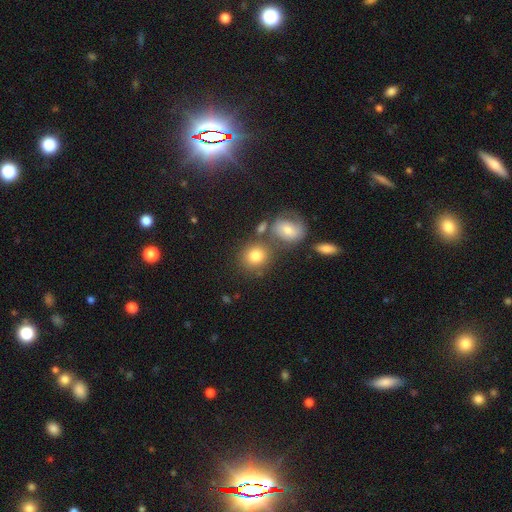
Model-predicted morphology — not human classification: A smooth galaxy with no disk features (78%) that is round (75%).

Vote fractions:
- Smooth or featured? smooth: 78% / featured or disk: 12% / star or artifact: 10%
- How rounded? round: 75% / in between: 24% / cigar-shaped: 1%
- Merging? none: 60% / merger: 22% / minor disturbance: 12% / major disturbance: 5%